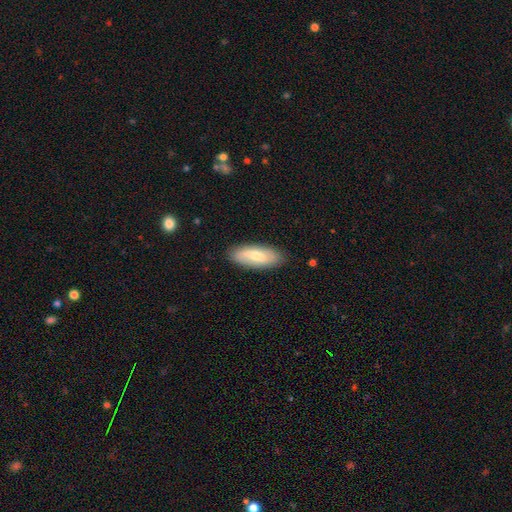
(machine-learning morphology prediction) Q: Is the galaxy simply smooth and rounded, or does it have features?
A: smooth — 55%.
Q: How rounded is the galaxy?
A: in between — 80%.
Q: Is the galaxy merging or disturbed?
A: none — 85%.